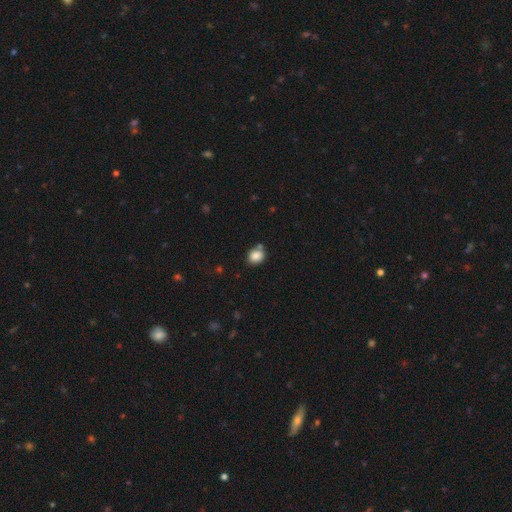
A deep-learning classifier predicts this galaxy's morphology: A smooth galaxy with no disk features (85%) that is round (61%). Merging: none (70%).